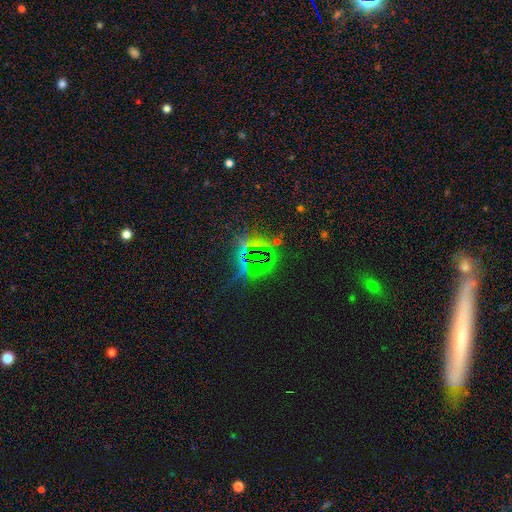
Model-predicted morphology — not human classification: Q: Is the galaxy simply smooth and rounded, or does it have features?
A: star or artifact — 80%.